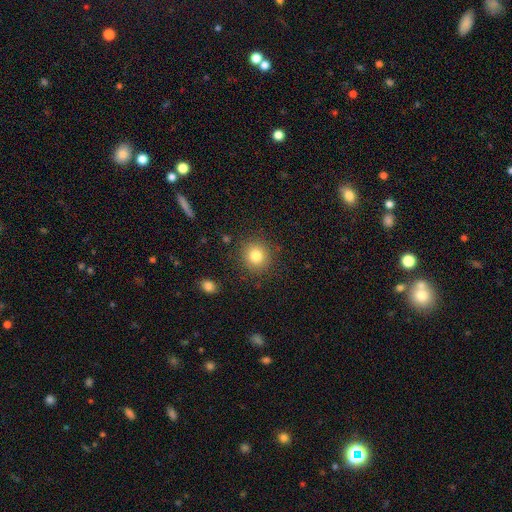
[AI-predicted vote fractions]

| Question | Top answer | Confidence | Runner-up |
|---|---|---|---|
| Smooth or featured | smooth | 81% | star or artifact (11%) |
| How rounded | round | 89% | in between (10%) |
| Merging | none | 88% | minor disturbance (8%) |